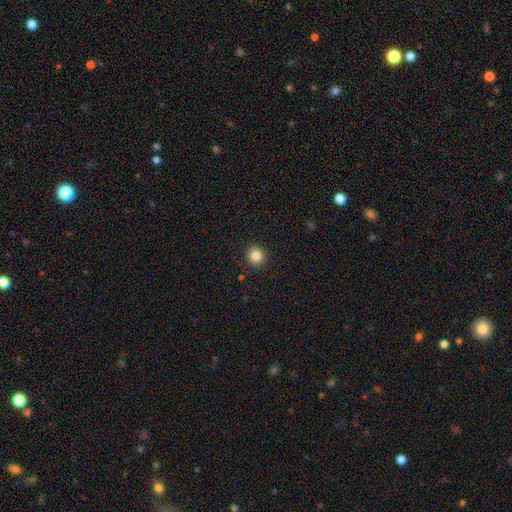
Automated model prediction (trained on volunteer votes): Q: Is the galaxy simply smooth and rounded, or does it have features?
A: smooth — 85%.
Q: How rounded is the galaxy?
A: round — 93%.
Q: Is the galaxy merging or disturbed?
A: none — 92%.